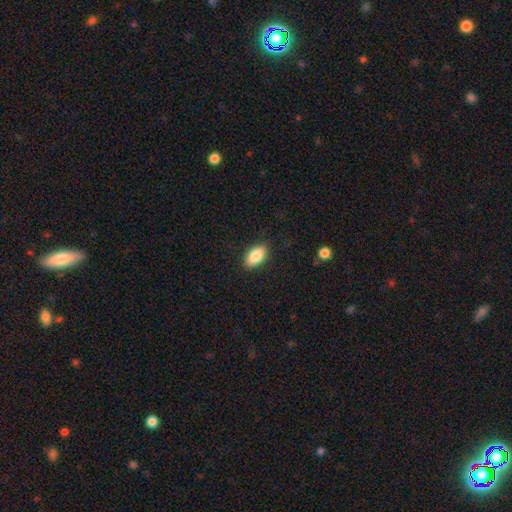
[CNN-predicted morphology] The model was most divided on "smooth or featured": smooth: 84%, featured or disk: 9%, star or artifact: 7%. More confident: how rounded — in between (92%); merging — none (87%).